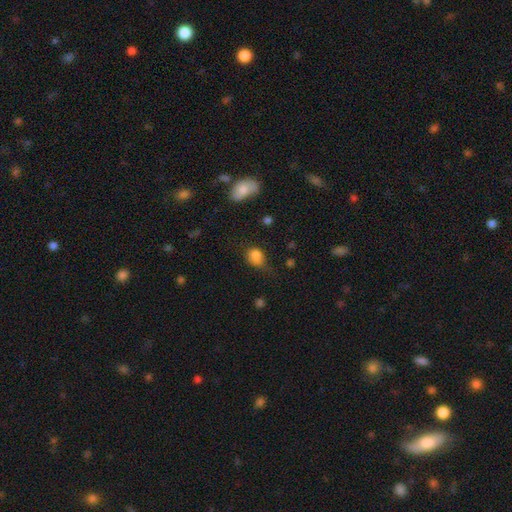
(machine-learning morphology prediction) This appears to be a smooth galaxy with no disk features (81%) that is in between round and cigar-shaped (61%). Merging: none (49%).